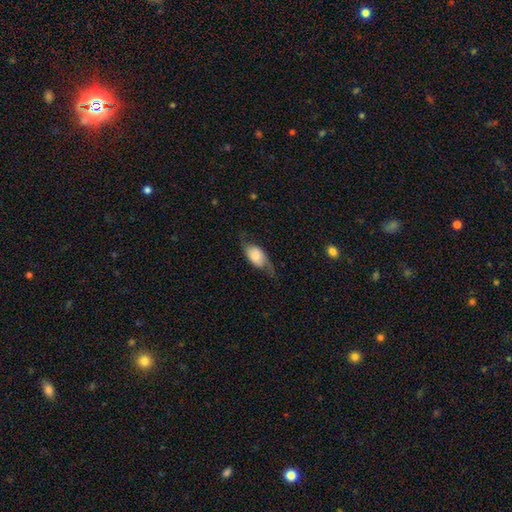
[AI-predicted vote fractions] Morphology: type=featured or disk (51%); edge-on=no (84%); merging=none (58%).